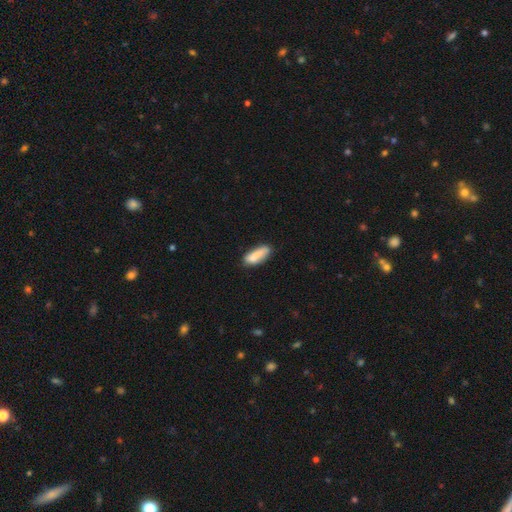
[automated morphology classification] smooth_or_featured: smooth (p=0.83) [alt: featured or disk p=0.10]
how_rounded: in between (p=0.60) [alt: cigar-shaped p=0.38]
merging: none (p=0.72) [alt: minor disturbance p=0.21]